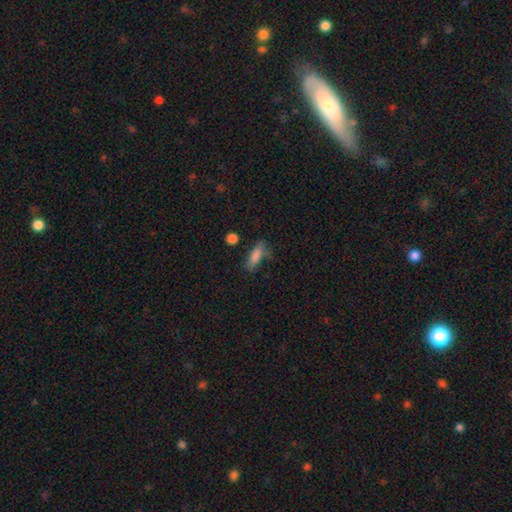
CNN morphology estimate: smooth-or-featured: smooth: 80% | featured or disk: 11% | star or artifact: 9%
  how-rounded: in between: 61% | cigar-shaped: 35% | round: 3%
  merging: none: 60% | minor disturbance: 25% | major disturbance: 10% | merger: 5%